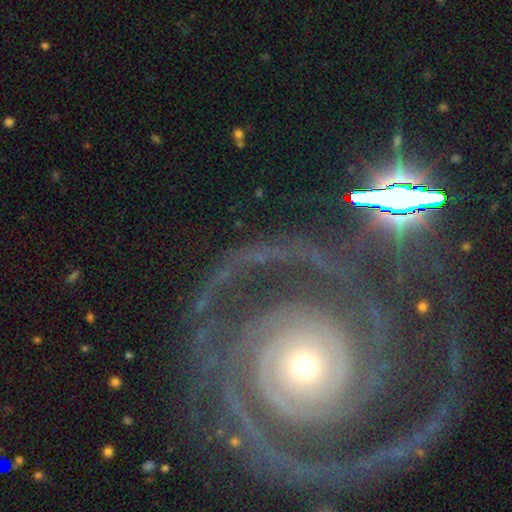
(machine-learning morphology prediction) Overall: featured or disk (88%). Edge-on disk: no (97%). Bar: no (76%). Spiral arms: yes (97%). Spiral arm count: 2 (56%). Spiral winding: tight (69%). Bulge size: small (56%; moderate 38%). Merging: none (68%).